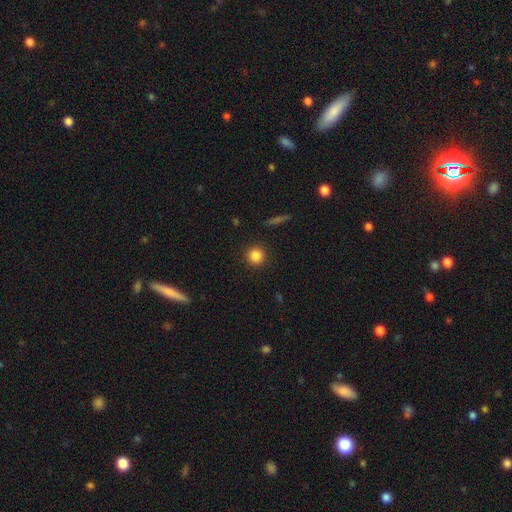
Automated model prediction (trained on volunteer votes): This is clearly a smooth galaxy (84%). How rounded: clearly round (94%). Merging: clearly none (91%).